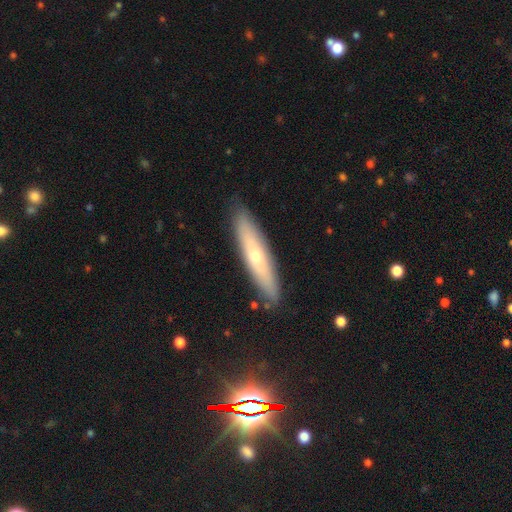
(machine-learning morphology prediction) A smooth galaxy with no disk features (51%) that is cigar-shaped (82%).

Vote fractions:
- Smooth or featured? smooth: 51% / featured or disk: 43% / star or artifact: 6%
- How rounded? cigar-shaped: 82% / in between: 16% / round: 2%
- Merging? none: 87% / minor disturbance: 9% / major disturbance: 2% / merger: 1%